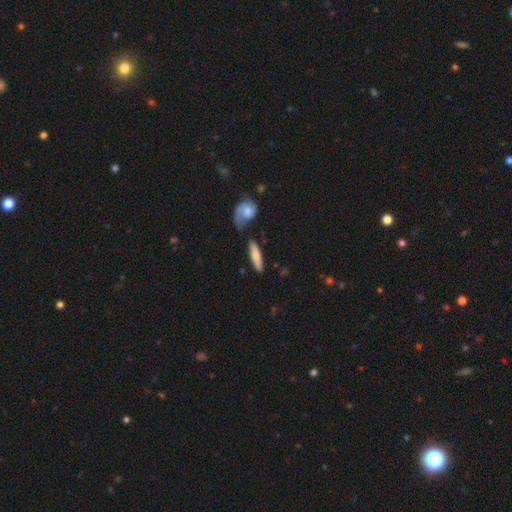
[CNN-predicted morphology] This appears to be a smooth galaxy with no disk features (68%) that is cigar-shaped (74%). Merging: none (68%).